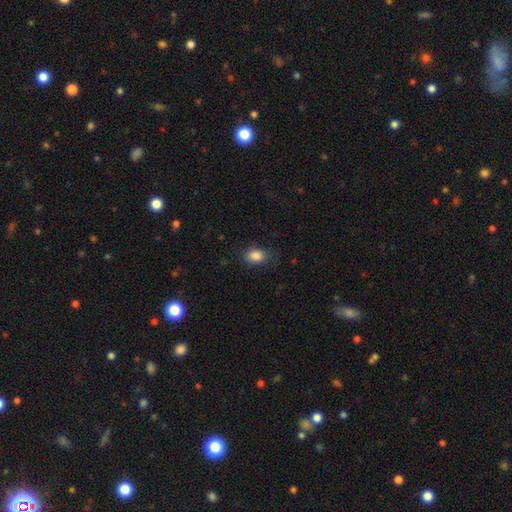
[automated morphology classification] Smooth or featured? smooth (87%)
How rounded? in between (81%)
Merging? none (76%)